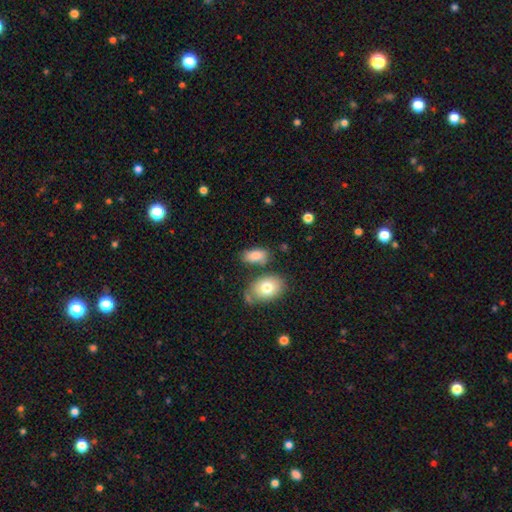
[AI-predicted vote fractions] smooth_or_featured: smooth (p=0.82) [alt: featured or disk p=0.11]
how_rounded: in between (p=0.92) [alt: round p=0.05]
merging: none (p=0.63) [alt: minor disturbance p=0.17]